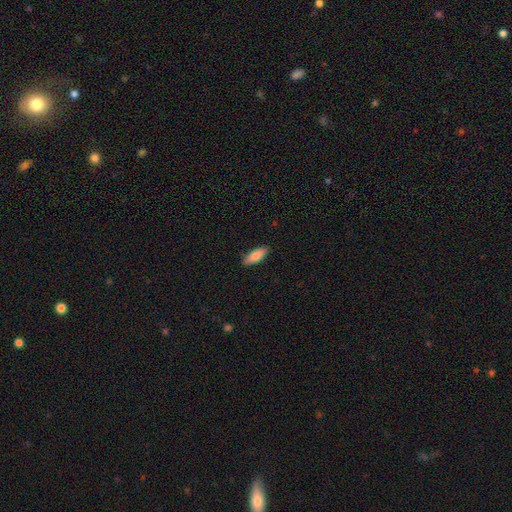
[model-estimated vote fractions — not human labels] Morphology: type=smooth (86%); roundness=in between (75%); merging=none (88%).